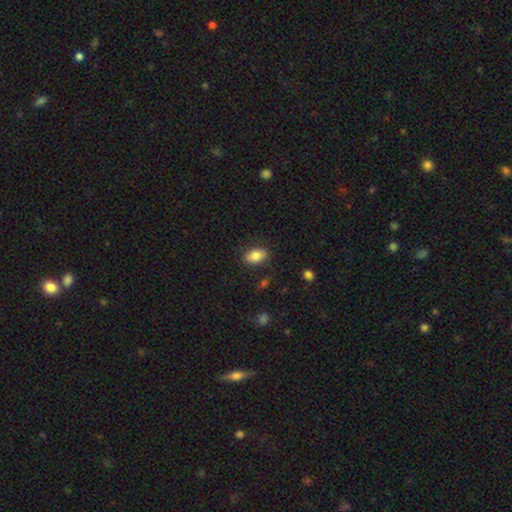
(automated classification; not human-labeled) smooth 82%, featured or disk 10%, star or artifact 8%. Down the decision tree: how rounded — in between (90%); merging — none (85%).